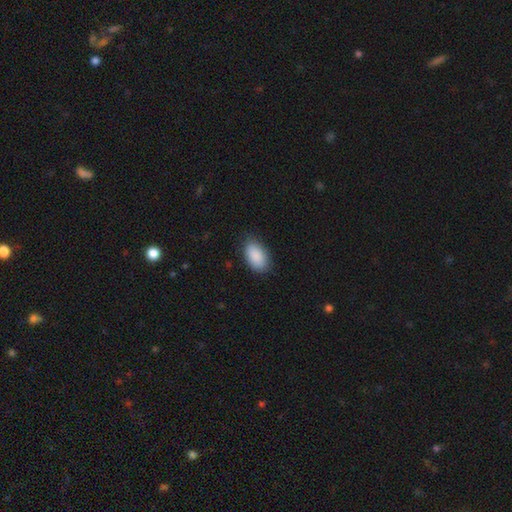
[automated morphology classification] Smooth or featured: smooth — 90% (star or artifact — 6%)
How rounded: in between — 94% (round — 4%)
Merging: none — 82% (minor disturbance — 14%)